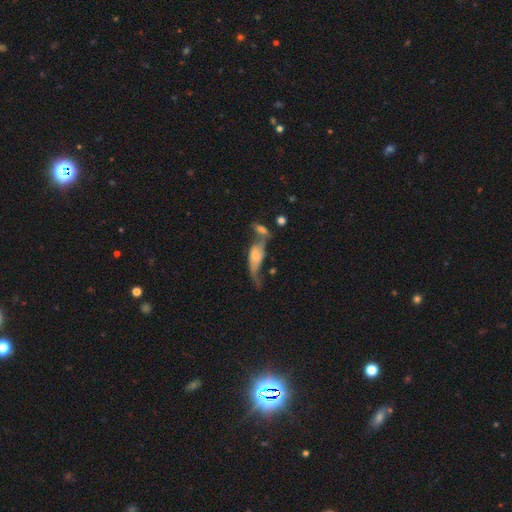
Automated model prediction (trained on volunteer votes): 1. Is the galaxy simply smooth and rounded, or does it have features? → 52% featured or disk, 39% smooth, 9% star or artifact.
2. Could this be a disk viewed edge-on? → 72% no, 28% yes.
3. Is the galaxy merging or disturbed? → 38% merger, 24% major disturbance, 22% none, 16% minor disturbance.